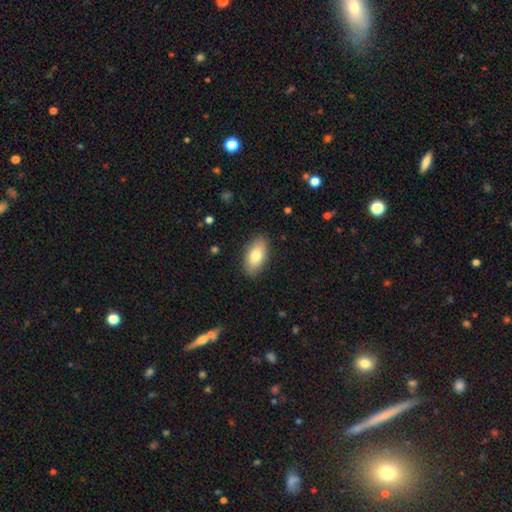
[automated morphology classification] Q: Smooth or featured?
A: smooth (81%); runner-up: featured or disk (13%)
Q: How rounded?
A: in between (93%); runner-up: round (4%)
Q: Merging?
A: none (86%); runner-up: minor disturbance (11%)